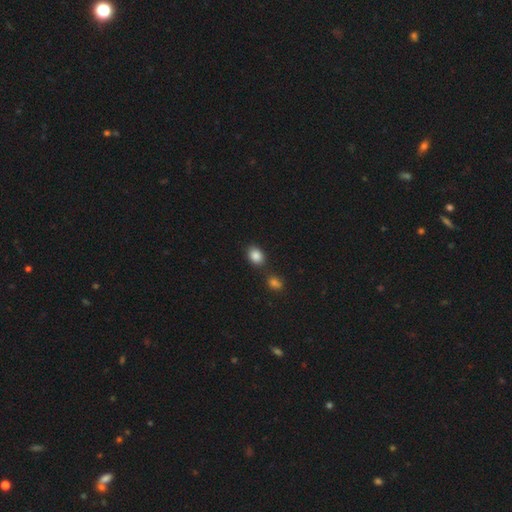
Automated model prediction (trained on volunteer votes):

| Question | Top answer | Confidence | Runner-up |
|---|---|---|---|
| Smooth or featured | smooth | 86% | star or artifact (9%) |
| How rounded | in between | 68% | round (31%) |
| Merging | none | 72% | merger (13%) |